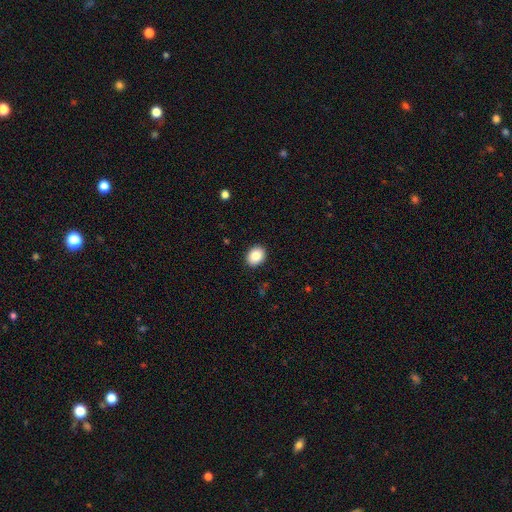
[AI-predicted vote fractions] This appears to be a smooth galaxy with no disk features (86%) that is in between round and cigar-shaped (54%). Merging: none (91%).